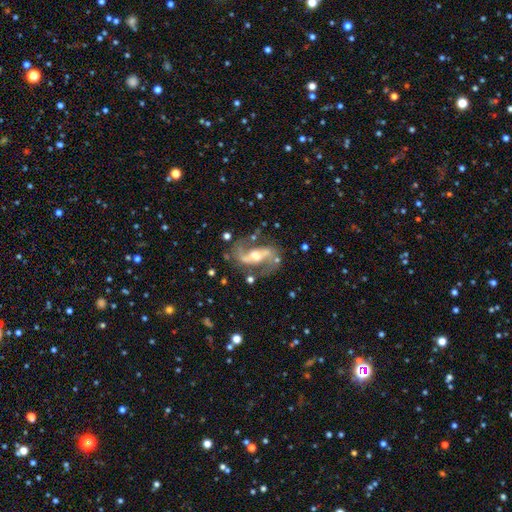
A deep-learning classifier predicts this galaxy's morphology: A featured or disk galaxy (90%) with a strong bar (47%), 2 (92%) medium (46%) spiral arms (96%) and a moderate central bulge (62%).

Vote fractions:
- Smooth or featured? featured or disk: 90% / star or artifact: 6% / smooth: 5%
- Edge-on disk? no: 95% / yes: 5%
- Bar? strong: 47% / weak: 32% / no: 21%
- Spiral arms? yes: 96% / no: 4%
- Spiral winding? medium: 46% / loose: 43% / tight: 11%
- Spiral arm count? 2: 92% / can't tell: 2% / 1: 2% / 3: 1% / 4: 1% / more than 4: 1%
- Bulge size? moderate: 62% / small: 26% / large: 9% / none: 2% / dominant: 1%
- Merging? none: 73% / minor disturbance: 14% / major disturbance: 9% / merger: 4%